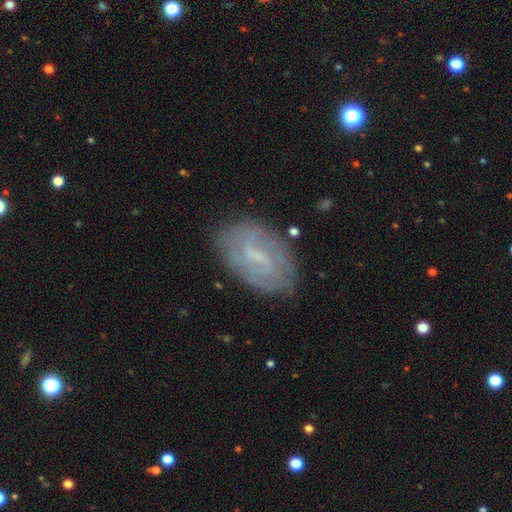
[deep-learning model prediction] Q: Smooth or featured?
A: featured or disk (66%); runner-up: smooth (26%)
Q: Edge-on disk?
A: no (95%); runner-up: yes (5%)
Q: Bar?
A: weak (55%); runner-up: strong (23%)
Q: Spiral arms?
A: yes (71%); runner-up: no (29%)
Q: Bulge size?
A: small (46%); runner-up: none (35%)
Q: Merging?
A: none (73%); runner-up: minor disturbance (18%)